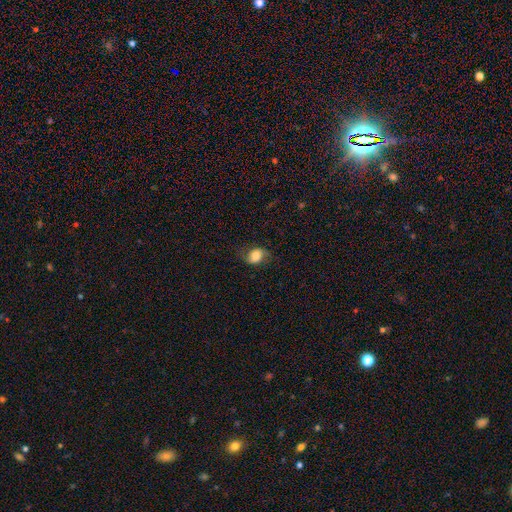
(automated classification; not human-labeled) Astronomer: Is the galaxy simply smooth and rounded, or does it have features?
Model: smooth — 68%.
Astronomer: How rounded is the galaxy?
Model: in between — 59% (runner-up: round, 40%).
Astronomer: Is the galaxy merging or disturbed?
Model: none — 69%.